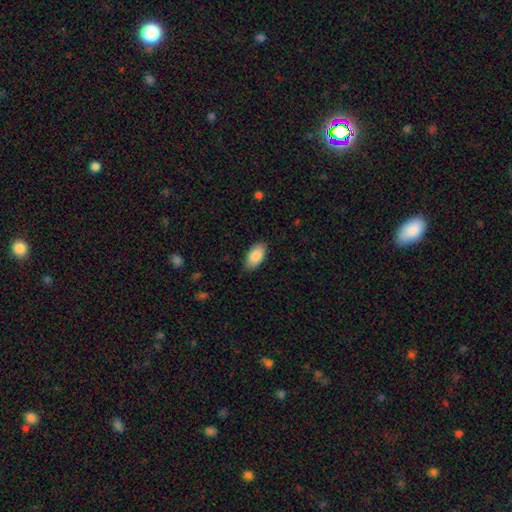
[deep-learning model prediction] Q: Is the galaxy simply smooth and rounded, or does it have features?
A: smooth — 89%.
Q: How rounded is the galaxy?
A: in between — 95%.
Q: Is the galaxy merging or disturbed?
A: none — 84%.